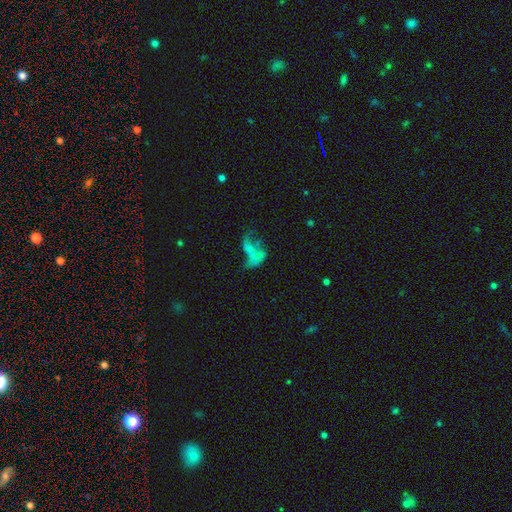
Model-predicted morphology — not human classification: Smooth or featured?
  - smooth: 44% *
  - featured or disk: 39%
  - star or artifact: 17%
Merging?
  - merger: 39% *
  - major disturbance: 32%
  - none: 18%
  - minor disturbance: 11%